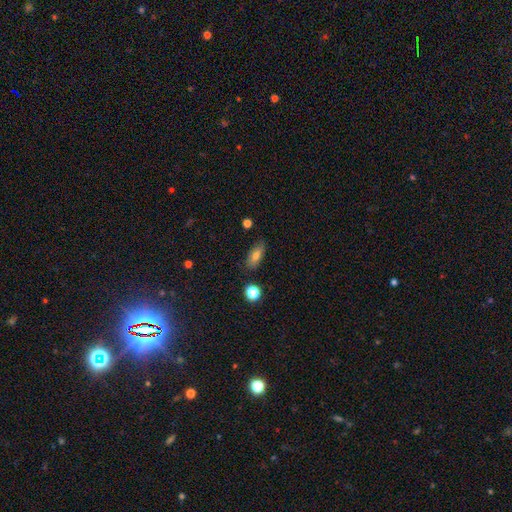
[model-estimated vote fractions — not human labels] Overall: smooth (75%). How rounded: in between (81%). Merging: none (81%).